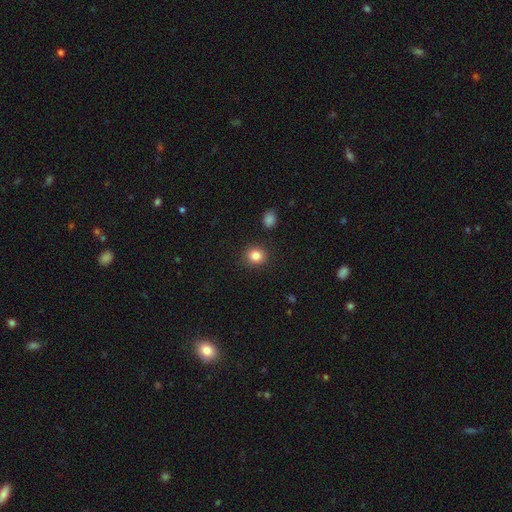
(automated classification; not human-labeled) Smooth or featured: smooth — 85% (star or artifact — 11%)
How rounded: round — 83% (in between — 16%)
Merging: none — 90% (minor disturbance — 6%)